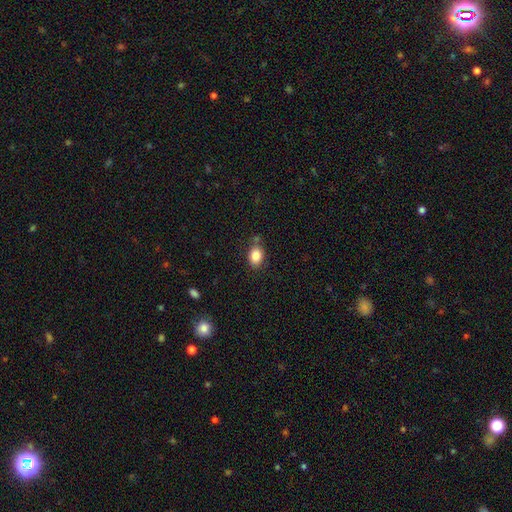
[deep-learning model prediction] The model was most divided on "how rounded": in between: 70%, round: 29%, cigar-shaped: 1%. More confident: smooth or featured — smooth (85%); merging — none (76%).